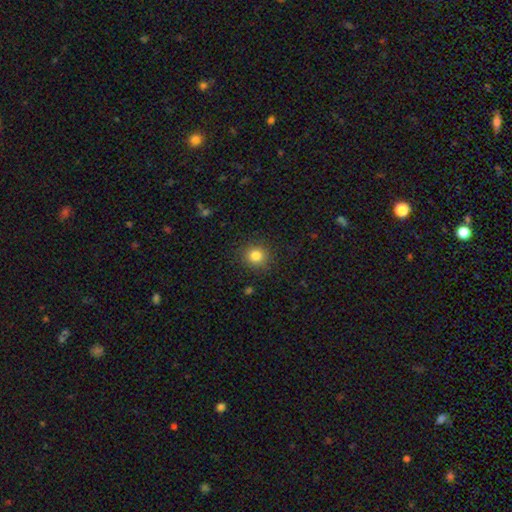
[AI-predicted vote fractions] smooth-or-featured: smooth: 83% | star or artifact: 12% | featured or disk: 5%
  how-rounded: round: 91% | in between: 8% | cigar-shaped: 1%
  merging: none: 89% | minor disturbance: 7% | major disturbance: 3% | merger: 1%